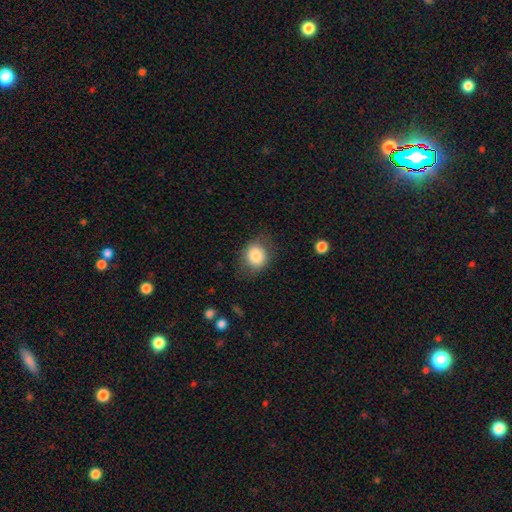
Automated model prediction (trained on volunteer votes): smooth_or_featured: smooth (p=0.83) [alt: star or artifact p=0.08]
how_rounded: round (p=0.67) [alt: in between p=0.32]
merging: none (p=0.74) [alt: minor disturbance p=0.17]